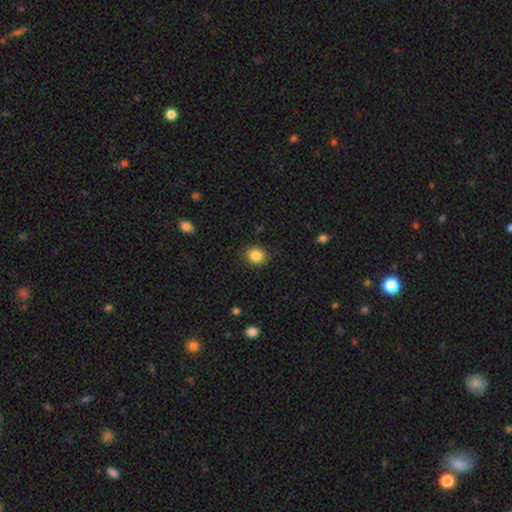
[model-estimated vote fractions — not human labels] Smooth or featured: smooth — 85% (star or artifact — 10%)
How rounded: round — 72% (in between — 27%)
Merging: none — 88% (minor disturbance — 8%)